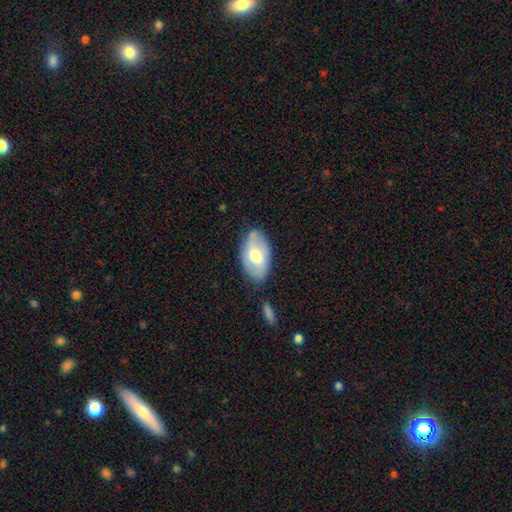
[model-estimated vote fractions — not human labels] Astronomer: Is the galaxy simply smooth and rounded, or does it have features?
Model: featured or disk — 48% (runner-up: smooth, 46%).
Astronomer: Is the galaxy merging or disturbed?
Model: none — 71%.